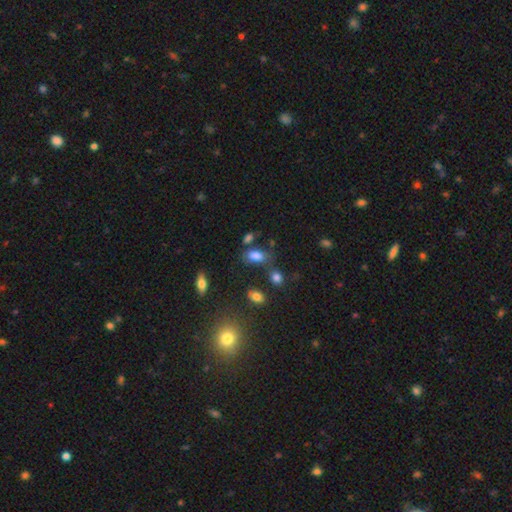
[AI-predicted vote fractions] A smooth galaxy with no disk features (81%) that is in between round and cigar-shaped (88%). Merging: none (59%).